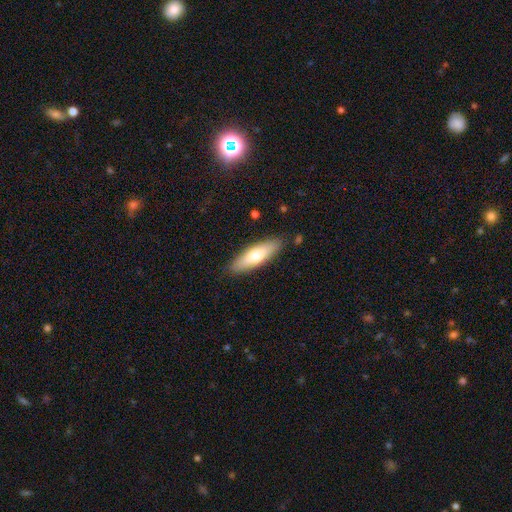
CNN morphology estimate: Smooth or featured?
  - smooth: 67% *
  - featured or disk: 28%
  - star or artifact: 6%
How rounded?
  - cigar-shaped: 54% *
  - in between: 44%
  - round: 2%
Merging?
  - none: 87% *
  - minor disturbance: 9%
  - major disturbance: 2%
  - merger: 1%